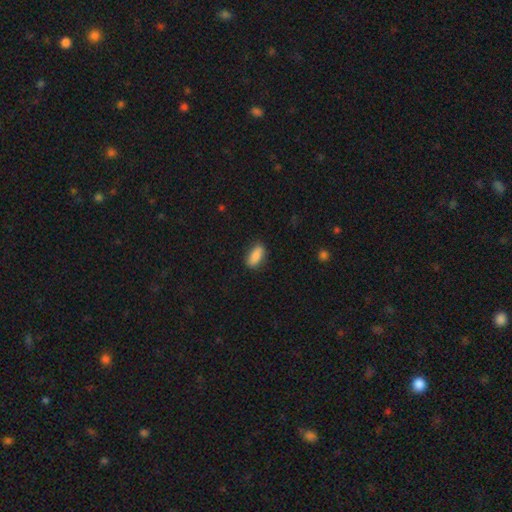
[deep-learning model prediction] The model was most divided on "merging": none: 82%, minor disturbance: 14%, major disturbance: 3%, merger: 1%. More confident: smooth or featured — smooth (88%); how rounded — in between (84%).